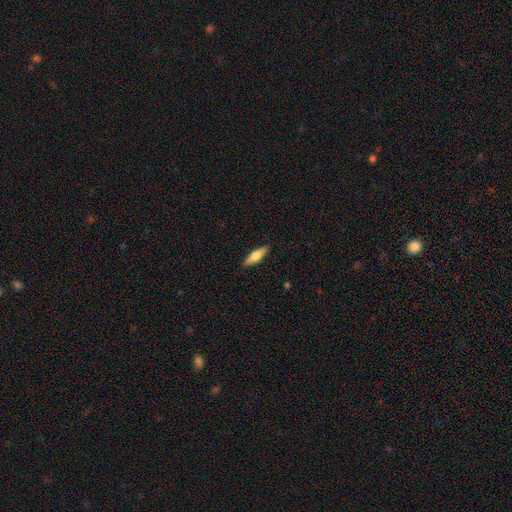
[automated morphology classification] Smooth or featured: smooth — 60% (featured or disk — 34%)
How rounded: cigar-shaped — 60% (in between — 38%)
Merging: none — 89% (minor disturbance — 8%)